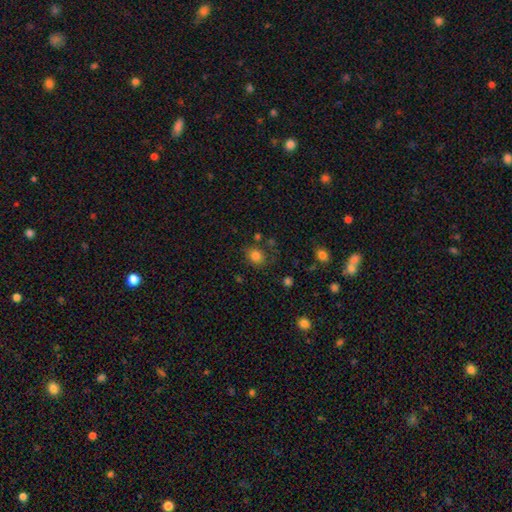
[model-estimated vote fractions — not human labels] A smooth galaxy with no disk features (81%) that is round (52%).

Vote fractions:
- Smooth or featured? smooth: 81% / star or artifact: 12% / featured or disk: 7%
- How rounded? round: 52% / in between: 47% / cigar-shaped: 1%
- Merging? none: 70% / minor disturbance: 18% / major disturbance: 6% / merger: 5%